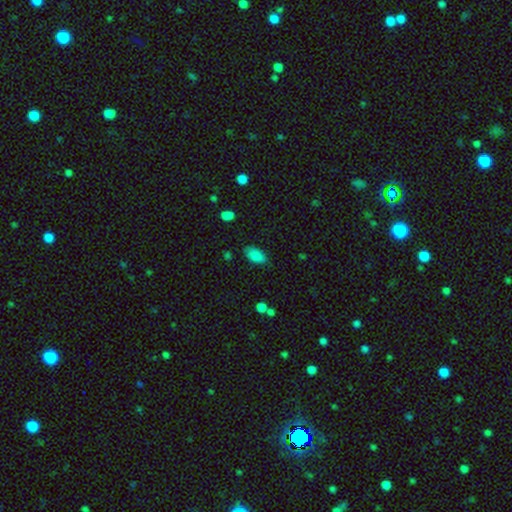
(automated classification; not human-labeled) Smooth or featured?
  - smooth: 87% *
  - star or artifact: 8%
  - featured or disk: 5%
How rounded?
  - in between: 93% *
  - round: 4%
  - cigar-shaped: 3%
Merging?
  - none: 79% *
  - minor disturbance: 16%
  - major disturbance: 3%
  - merger: 2%